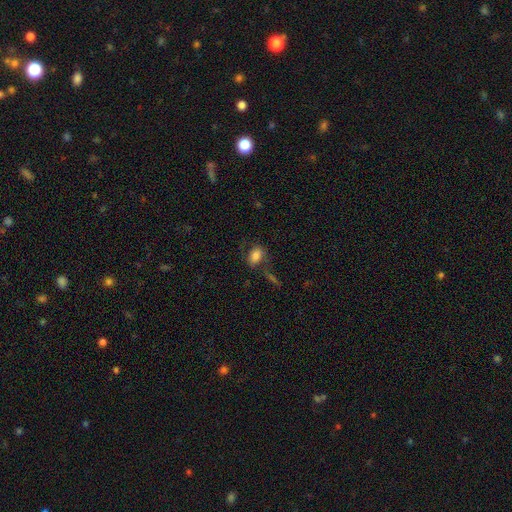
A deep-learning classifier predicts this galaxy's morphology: Q: Smooth or featured?
A: smooth (74%); runner-up: featured or disk (16%)
Q: How rounded?
A: in between (83%); runner-up: round (15%)
Q: Merging?
A: none (58%); runner-up: minor disturbance (19%)